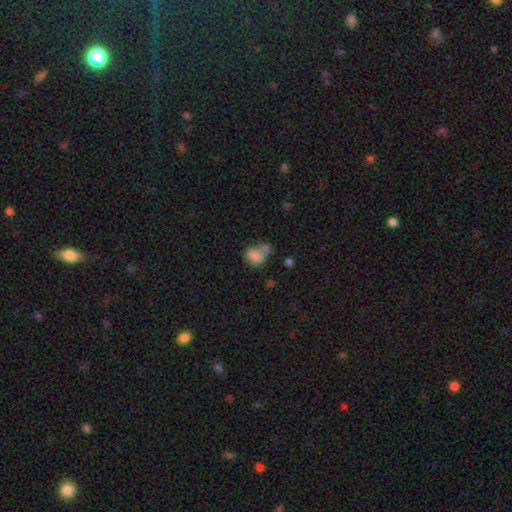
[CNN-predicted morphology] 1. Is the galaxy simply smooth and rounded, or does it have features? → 76% smooth, 14% featured or disk, 10% star or artifact.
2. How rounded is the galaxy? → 59% in between, 40% round, 1% cigar-shaped.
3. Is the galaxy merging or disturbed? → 39% merger, 29% none, 20% minor disturbance, 12% major disturbance.